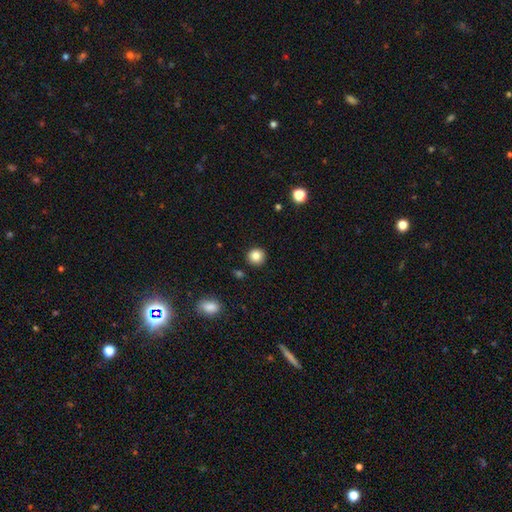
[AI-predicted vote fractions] Q: Smooth or featured?
A: smooth (85%); runner-up: star or artifact (10%)
Q: How rounded?
A: round (92%); runner-up: in between (7%)
Q: Merging?
A: none (90%); runner-up: minor disturbance (6%)